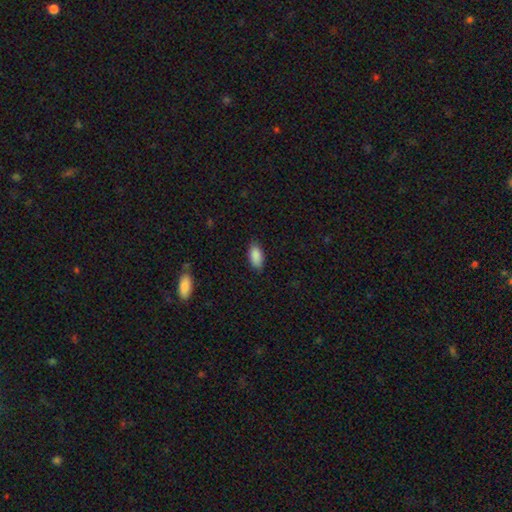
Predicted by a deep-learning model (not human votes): Q: Smooth or featured?
A: smooth (89%); runner-up: star or artifact (7%)
Q: How rounded?
A: in between (91%); runner-up: cigar-shaped (6%)
Q: Merging?
A: none (84%); runner-up: minor disturbance (12%)